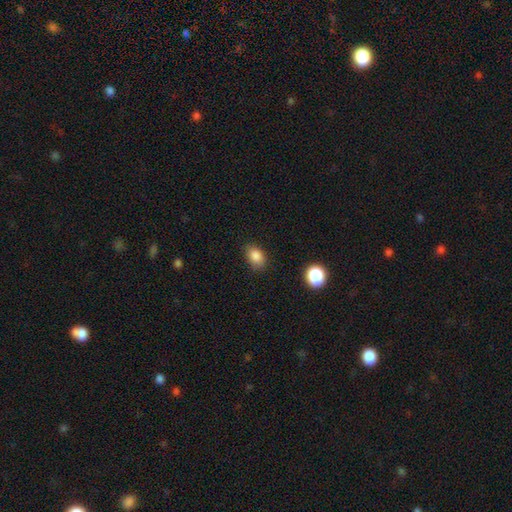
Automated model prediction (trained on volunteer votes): Smooth or featured?
  - smooth: 85% *
  - star or artifact: 10%
  - featured or disk: 5%
How rounded?
  - in between: 76% *
  - round: 23%
  - cigar-shaped: 1%
Merging?
  - none: 81% *
  - minor disturbance: 15%
  - major disturbance: 3%
  - merger: 1%